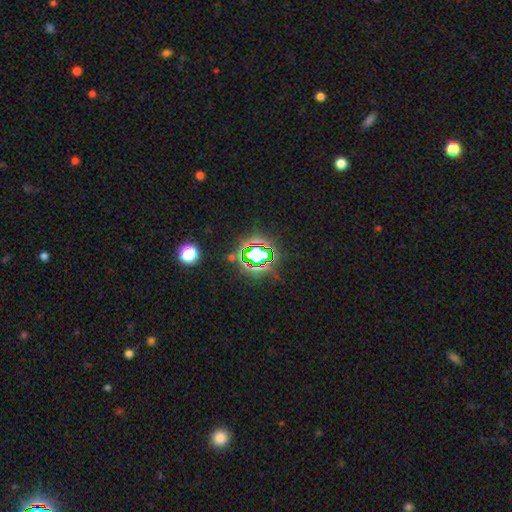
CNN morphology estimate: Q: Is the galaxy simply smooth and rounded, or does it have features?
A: star or artifact — 74%.